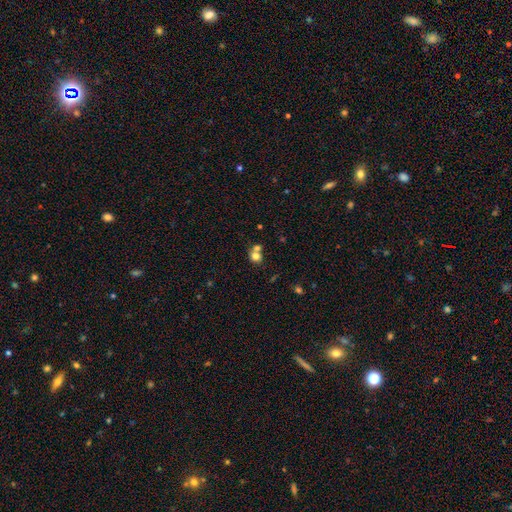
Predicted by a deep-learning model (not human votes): A smooth galaxy with no disk features (75%) that is round (79%).

Vote fractions:
- Smooth or featured? smooth: 75% / star or artifact: 13% / featured or disk: 12%
- How rounded? round: 79% / in between: 20% / cigar-shaped: 1%
- Merging? merger: 46% / none: 43% / minor disturbance: 7% / major disturbance: 4%